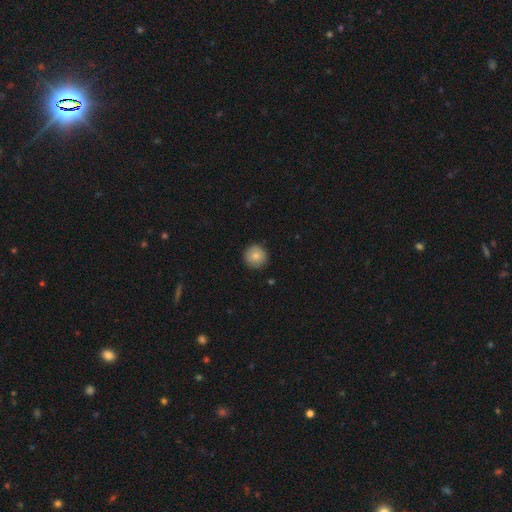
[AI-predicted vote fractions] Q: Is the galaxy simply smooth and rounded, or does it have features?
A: smooth — 82%.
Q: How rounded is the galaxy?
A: round — 95%.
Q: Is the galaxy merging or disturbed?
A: none — 90%.